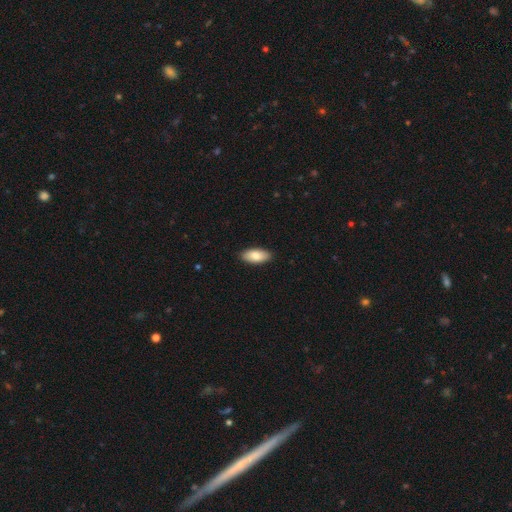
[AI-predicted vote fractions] smooth_or_featured: smooth (p=0.83) [alt: featured or disk p=0.12]
how_rounded: in between (p=0.89) [alt: cigar-shaped p=0.09]
merging: none (p=0.90) [alt: minor disturbance p=0.08]